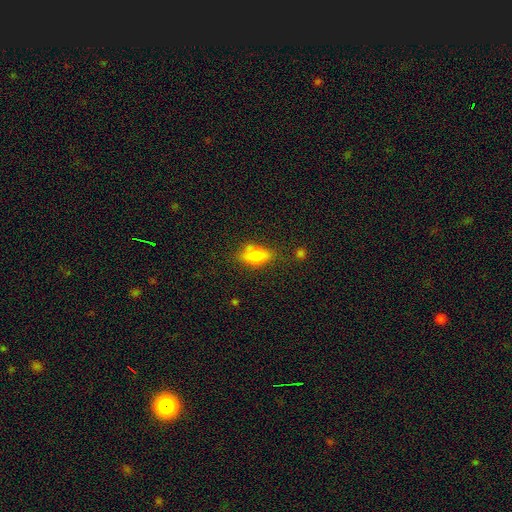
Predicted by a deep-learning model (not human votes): Q: Smooth or featured?
A: smooth (75%); runner-up: featured or disk (16%)
Q: How rounded?
A: in between (82%); runner-up: cigar-shaped (10%)
Q: Merging?
A: none (69%); runner-up: minor disturbance (20%)